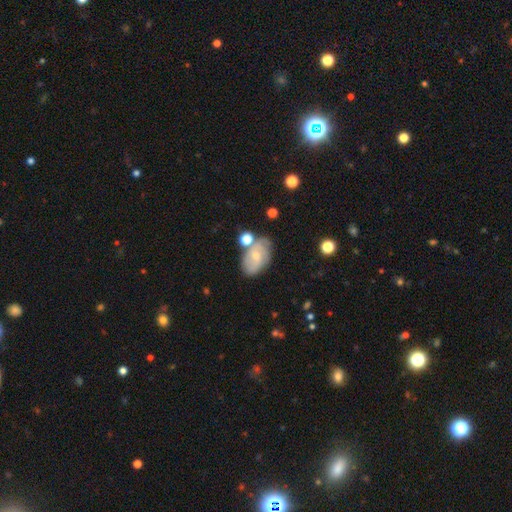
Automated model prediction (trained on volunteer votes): This is possibly a featured or disk galaxy (53%). It is clearly not viewed edge-on (95%). Bar: likely no (66%). Spiral arm pattern: likely yes (80%). Central bulge: likely small (66%). Merging: possibly none (58%).